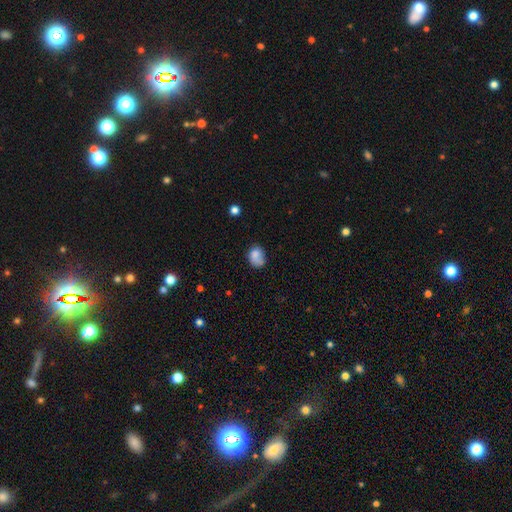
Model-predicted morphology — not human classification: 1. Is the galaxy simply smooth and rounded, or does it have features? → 81% smooth, 10% featured or disk, 9% star or artifact.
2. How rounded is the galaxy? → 61% in between, 38% round, 1% cigar-shaped.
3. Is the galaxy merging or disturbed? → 51% none, 31% minor disturbance, 13% major disturbance, 6% merger.